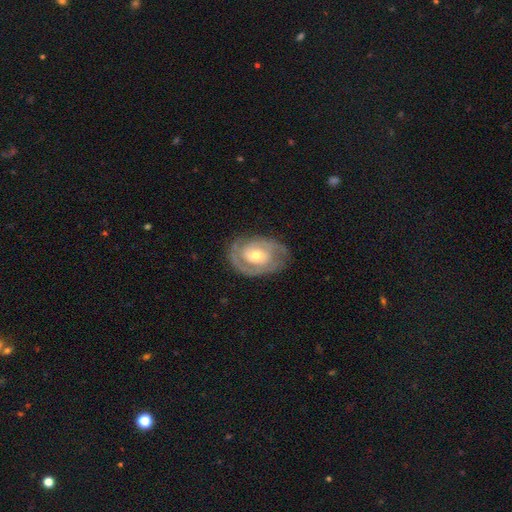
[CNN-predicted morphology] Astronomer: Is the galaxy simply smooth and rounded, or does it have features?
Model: featured or disk — 83%.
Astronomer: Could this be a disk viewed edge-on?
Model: no — 96%.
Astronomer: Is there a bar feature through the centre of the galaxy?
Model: no — 63%.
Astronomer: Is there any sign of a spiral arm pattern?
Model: yes — 91%.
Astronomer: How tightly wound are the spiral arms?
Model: tight — 62%.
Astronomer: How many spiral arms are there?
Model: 2 — 65%.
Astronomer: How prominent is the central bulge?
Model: moderate — 64%.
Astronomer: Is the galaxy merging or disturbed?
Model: none — 77%.